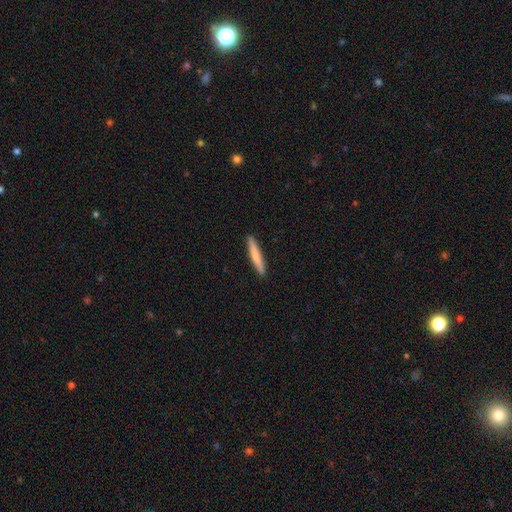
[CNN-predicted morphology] smooth 71%, featured or disk 24%, star or artifact 5%. Down the decision tree: how rounded — cigar-shaped (95%); merging — none (92%).